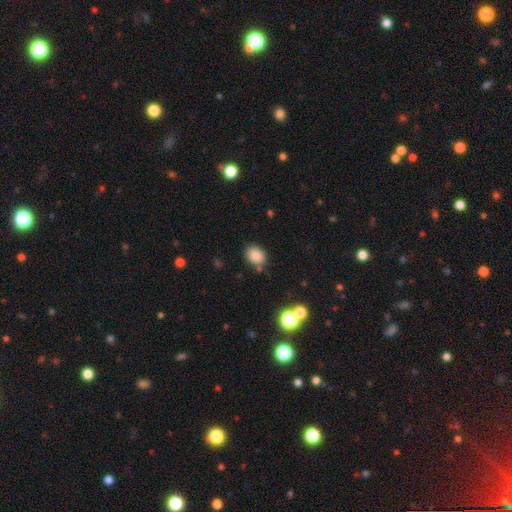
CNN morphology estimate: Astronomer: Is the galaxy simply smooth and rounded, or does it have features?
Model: smooth — 82%.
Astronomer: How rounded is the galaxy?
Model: in between — 54% (runner-up: round, 45%).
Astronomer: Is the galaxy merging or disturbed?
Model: none — 77%.